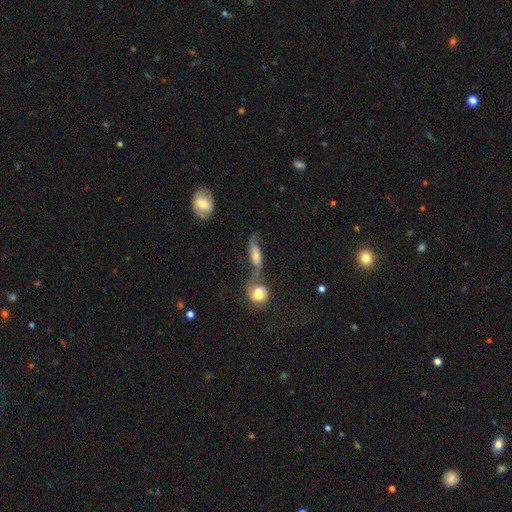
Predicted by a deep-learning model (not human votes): Smooth or featured: featured or disk — 55% (smooth — 33%)
Edge-on disk: no — 69% (yes — 31%)
Merging: none — 38% (merger — 34%)